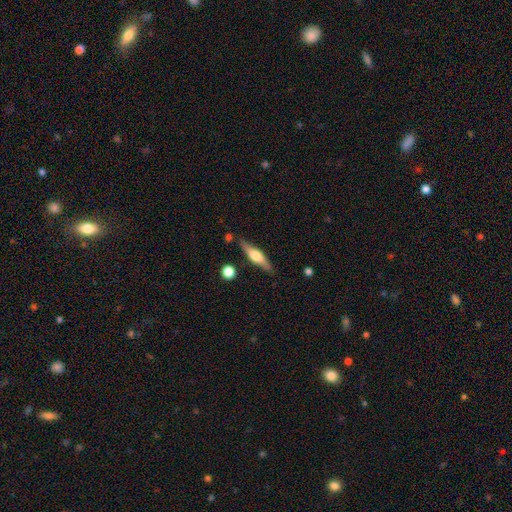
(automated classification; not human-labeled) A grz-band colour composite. It shows a featured or disk galaxy (59%) viewed edge-on (93%) with a rounded central bulge (86%). Merging: none (81%).